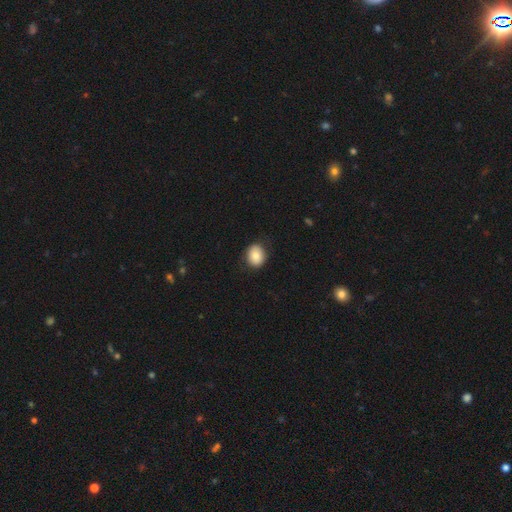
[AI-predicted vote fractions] Q: Smooth or featured?
A: smooth (82%); runner-up: featured or disk (10%)
Q: How rounded?
A: round (59%); runner-up: in between (41%)
Q: Merging?
A: none (82%); runner-up: minor disturbance (13%)